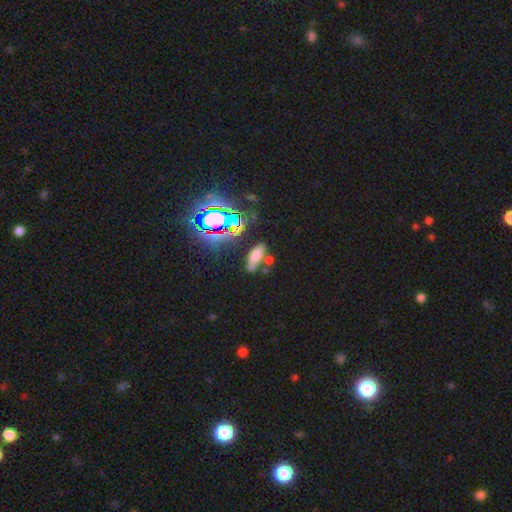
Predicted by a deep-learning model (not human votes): This appears to be a smooth galaxy with no disk features (58%) that is in between round and cigar-shaped (71%). Merging: none (57%).